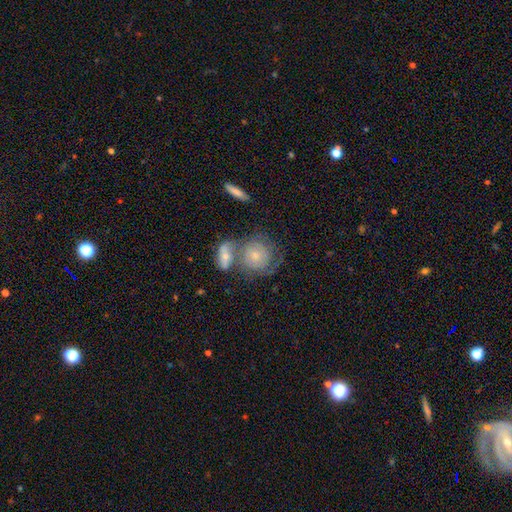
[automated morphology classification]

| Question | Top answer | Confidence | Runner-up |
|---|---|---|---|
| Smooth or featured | smooth | 50% | featured or disk (42%) |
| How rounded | round | 78% | in between (20%) |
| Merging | merger | 39% | none (34%) |